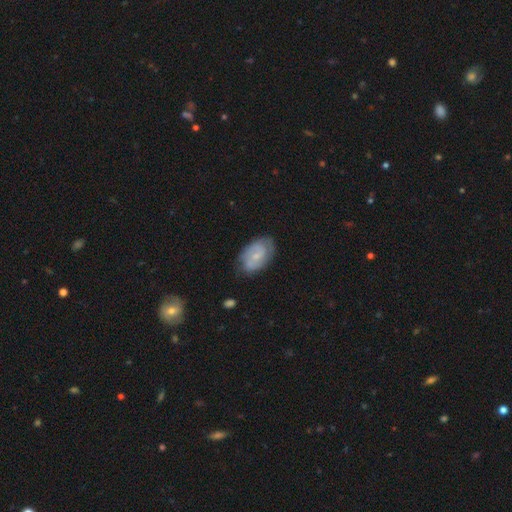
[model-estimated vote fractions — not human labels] This appears to be a featured or disk galaxy (58%) with no bar (47%), spiral arms (82%) and a small central bulge (60%). Merging: none (73%).